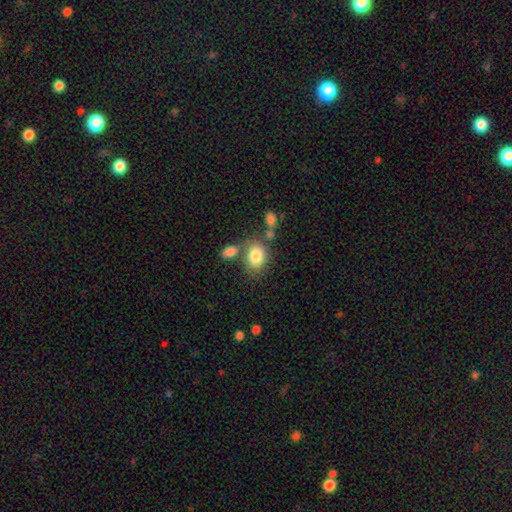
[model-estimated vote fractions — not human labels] A smooth galaxy with no disk features (83%) that is in between round and cigar-shaped (67%).

Vote fractions:
- Smooth or featured? smooth: 83% / featured or disk: 9% / star or artifact: 8%
- How rounded? in between: 67% / round: 32% / cigar-shaped: 1%
- Merging? none: 58% / merger: 21% / minor disturbance: 15% / major disturbance: 6%